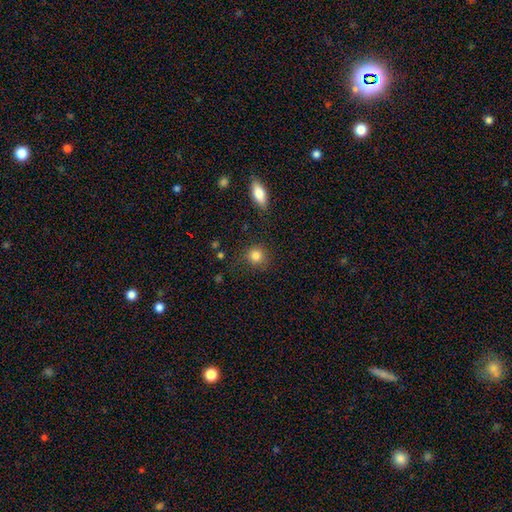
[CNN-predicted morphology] The model was most divided on "merging": none: 80%, minor disturbance: 13%, major disturbance: 5%, merger: 3%. More confident: how rounded — round (87%); smooth or featured — smooth (84%).